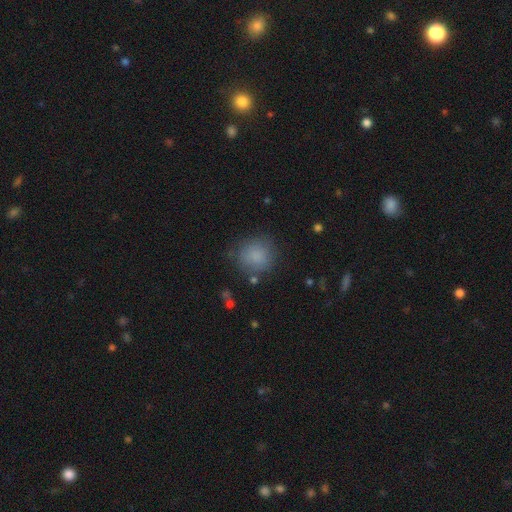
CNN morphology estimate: smooth-or-featured: smooth: 83% | star or artifact: 10% | featured or disk: 7%
  how-rounded: round: 88% | in between: 11% | cigar-shaped: 1%
  merging: none: 80% | minor disturbance: 13% | major disturbance: 5% | merger: 2%